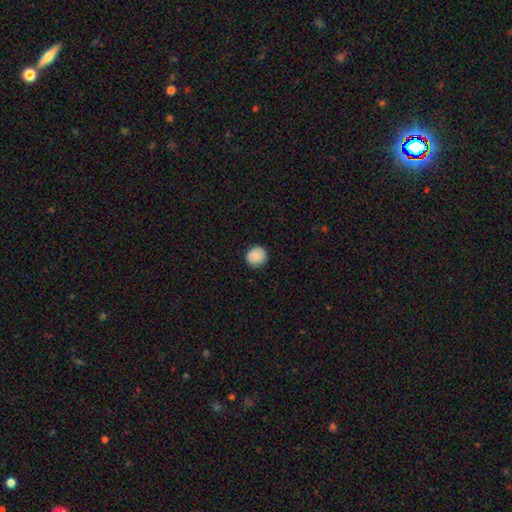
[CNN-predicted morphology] smooth_or_featured: smooth (p=0.88) [alt: star or artifact p=0.08]
how_rounded: round (p=0.91) [alt: in between p=0.08]
merging: none (p=0.89) [alt: minor disturbance p=0.08]